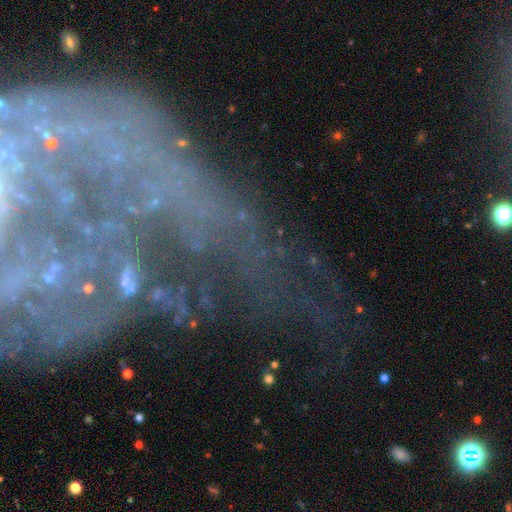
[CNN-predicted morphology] This appears to be a featured or disk galaxy (63%) with no bar (58%), spiral arms (71%) and a small central bulge (49%). Merging: none (51%).